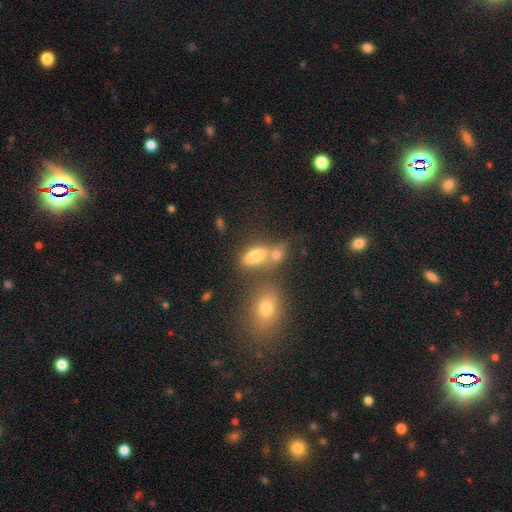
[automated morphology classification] Overall: smooth (71%). How rounded: in between (77%). Merging: none (43%; merger 38%).